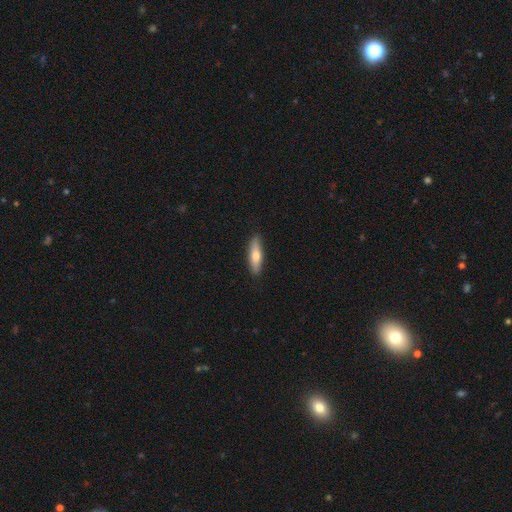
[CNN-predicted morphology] Overall: smooth (65%; featured or disk 29%). How rounded: cigar-shaped (69%; in between 29%). Merging: none (88%).